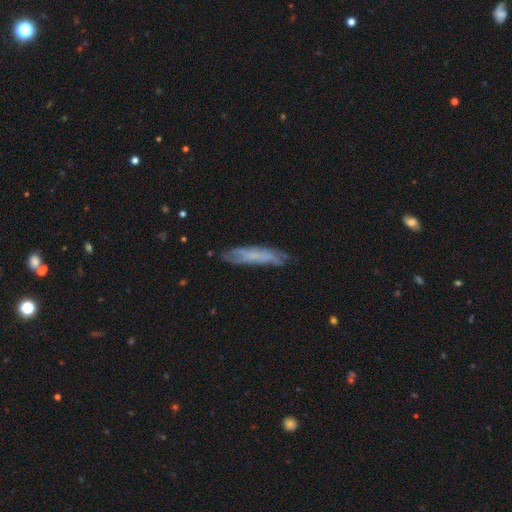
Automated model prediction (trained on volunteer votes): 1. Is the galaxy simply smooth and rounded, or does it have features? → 47% smooth, 45% featured or disk, 8% star or artifact.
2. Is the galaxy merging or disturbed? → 70% none, 22% minor disturbance, 6% major disturbance, 2% merger.